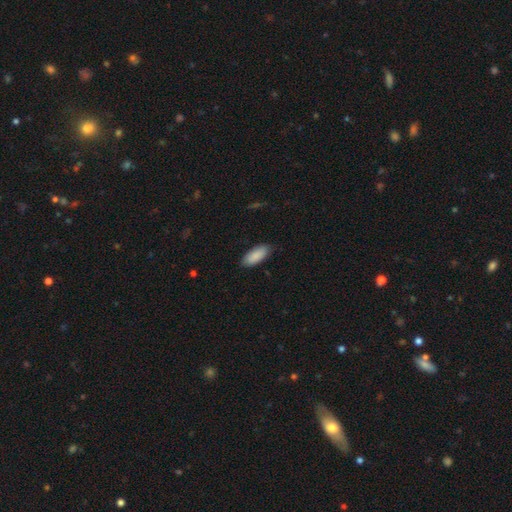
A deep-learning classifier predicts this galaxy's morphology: Overall: smooth (89%). How rounded: in between (84%). Merging: none (84%).